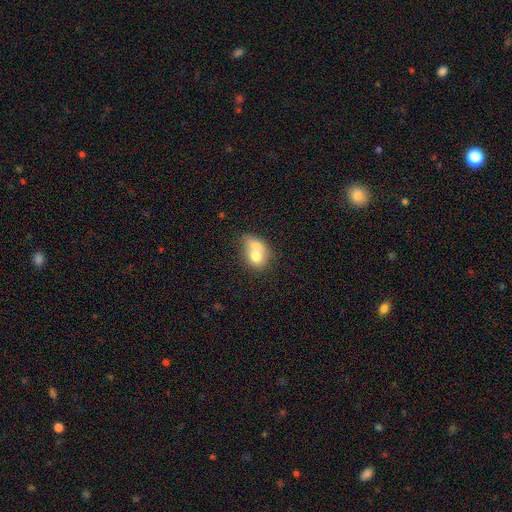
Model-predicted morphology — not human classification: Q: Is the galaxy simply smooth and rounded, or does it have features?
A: smooth — 67%.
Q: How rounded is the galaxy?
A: in between — 55%.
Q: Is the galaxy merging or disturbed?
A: merger — 68%.